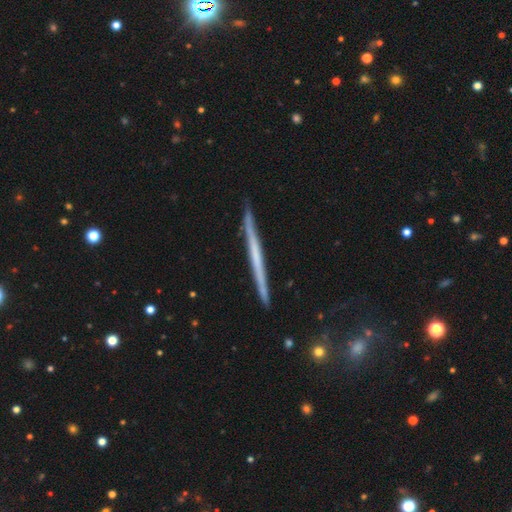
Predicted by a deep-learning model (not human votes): This appears to be a featured or disk galaxy (62%) viewed edge-on (98%) with no central bulge (87%). Merging: none (89%).